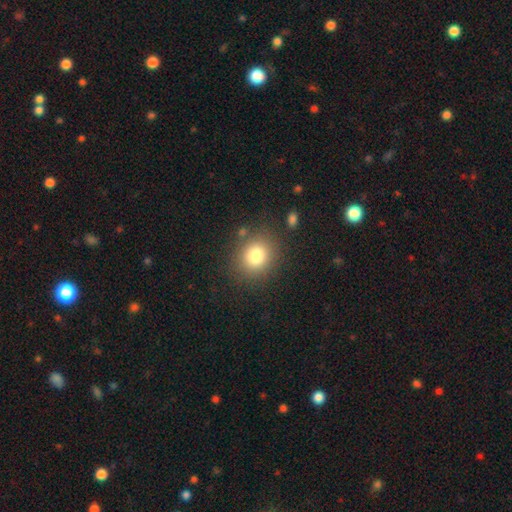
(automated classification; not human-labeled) smooth 80%, star or artifact 12%, featured or disk 9%. Down the decision tree: how rounded — round (74%); merging — none (82%).